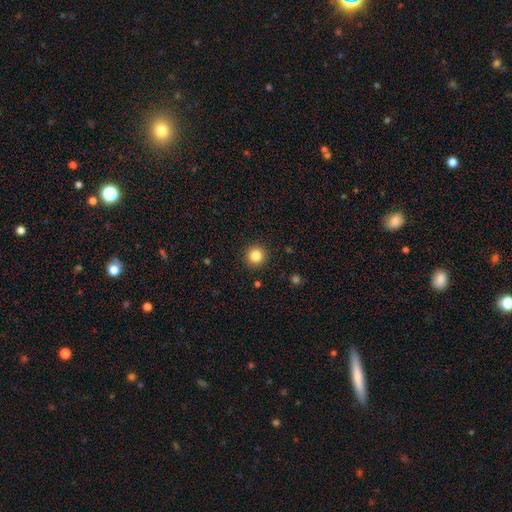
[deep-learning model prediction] smooth 84%, star or artifact 11%, featured or disk 5%. Down the decision tree: how rounded — round (95%); merging — none (92%).